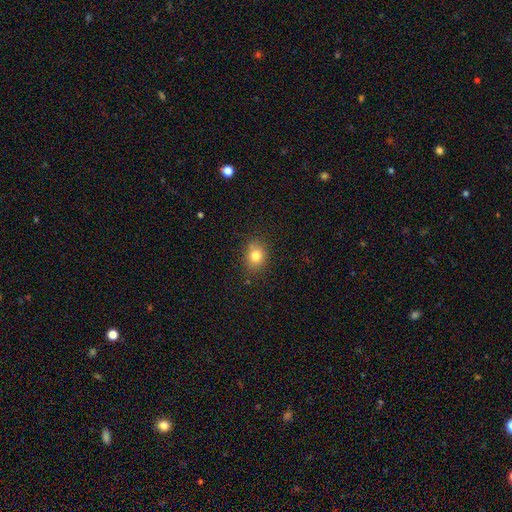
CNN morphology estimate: Q: Smooth or featured?
A: smooth (80%); runner-up: star or artifact (12%)
Q: How rounded?
A: round (58%); runner-up: in between (41%)
Q: Merging?
A: none (82%); runner-up: minor disturbance (13%)